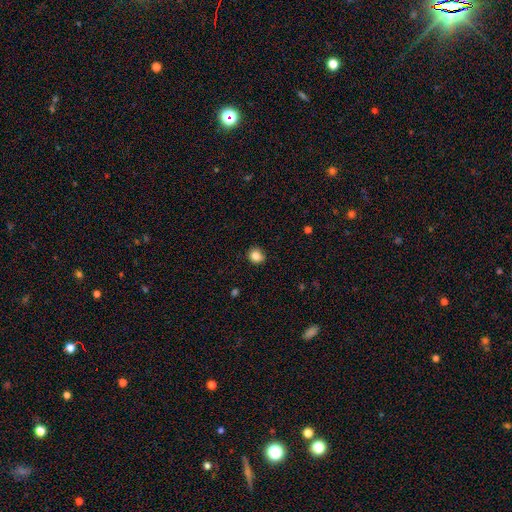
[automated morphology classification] A smooth galaxy with no disk features (85%) that is round (80%). Merging: none (87%).